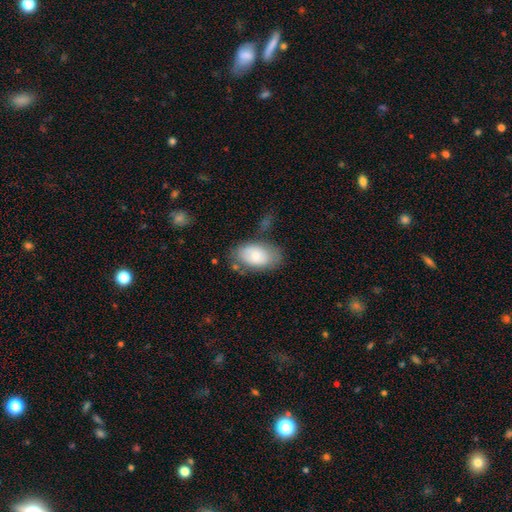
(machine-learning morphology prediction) Smooth or featured: smooth — 74% (featured or disk — 20%)
How rounded: in between — 92% (round — 7%)
Merging: none — 63% (minor disturbance — 22%)